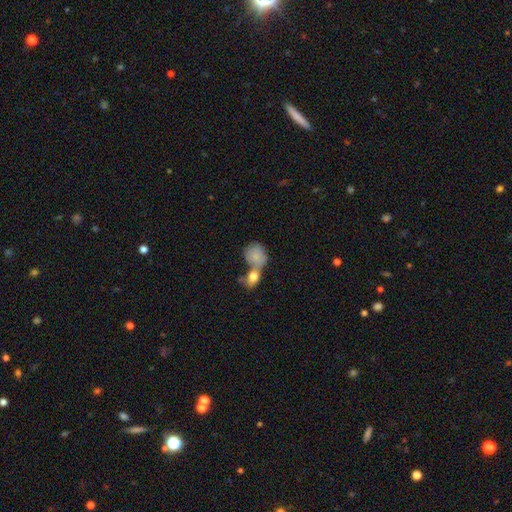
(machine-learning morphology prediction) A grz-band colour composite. It shows a smooth galaxy with no disk features (80%) that is round (63%). Merging: merger (62%).